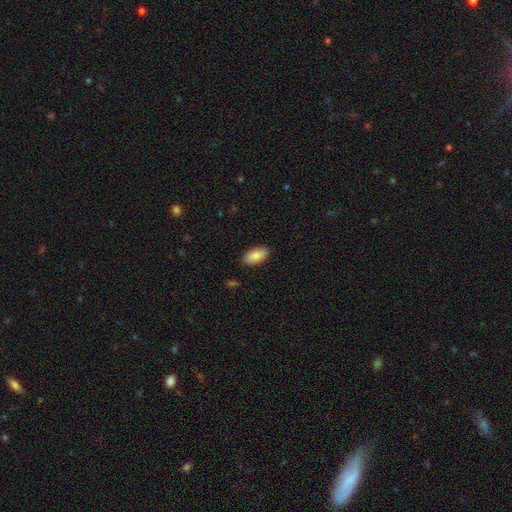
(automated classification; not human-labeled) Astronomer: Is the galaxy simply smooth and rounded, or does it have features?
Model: smooth — 84%.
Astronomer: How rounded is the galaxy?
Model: in between — 94%.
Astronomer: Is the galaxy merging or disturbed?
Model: none — 88%.